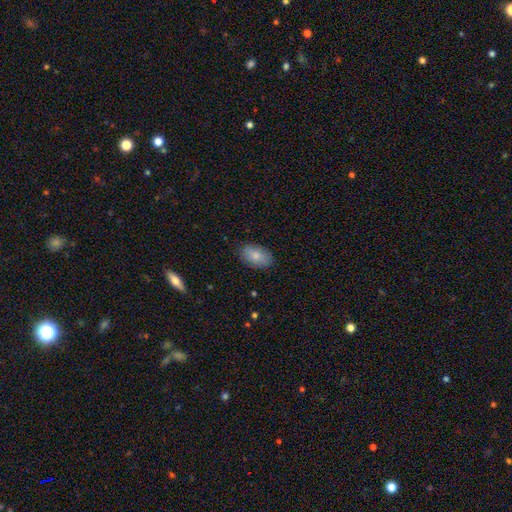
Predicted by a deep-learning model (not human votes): Smooth or featured?
  - smooth: 84% *
  - featured or disk: 10%
  - star or artifact: 6%
How rounded?
  - in between: 92% *
  - round: 6%
  - cigar-shaped: 1%
Merging?
  - none: 86% *
  - minor disturbance: 11%
  - major disturbance: 2%
  - merger: 1%